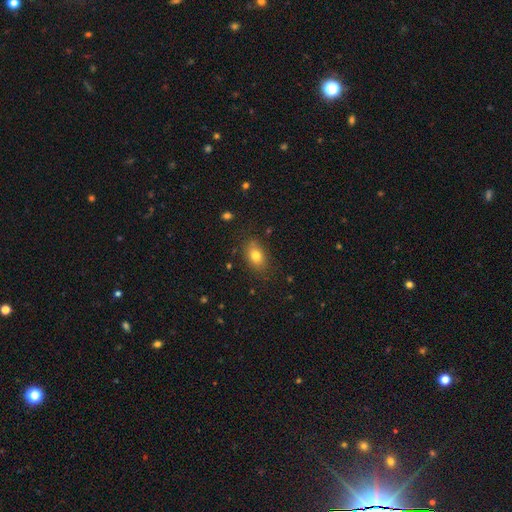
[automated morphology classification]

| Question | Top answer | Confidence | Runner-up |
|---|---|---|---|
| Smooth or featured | smooth | 79% | featured or disk (11%) |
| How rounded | in between | 78% | round (21%) |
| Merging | none | 82% | minor disturbance (13%) |